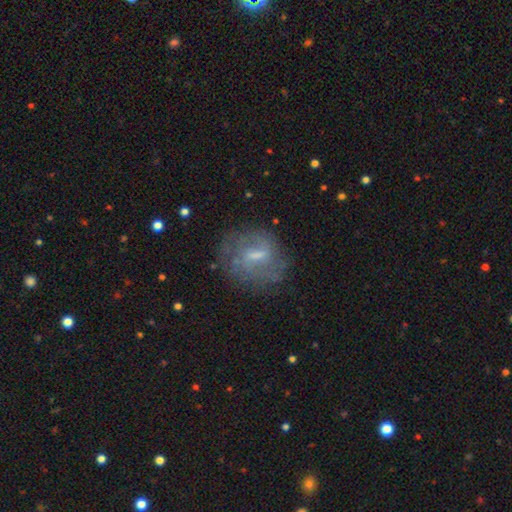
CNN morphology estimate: This is likely a featured or disk galaxy (69%). It is clearly not viewed edge-on (96%). Bar: likely weak (60%). Spiral arm pattern: likely yes (79%). Spiral arm count: possibly 2 (45%). Spiral winding: marginally medium (41%). Central bulge: marginally small (42%). Merging: likely none (69%).